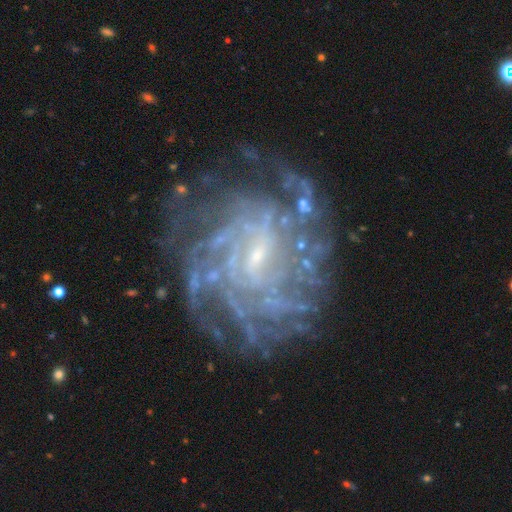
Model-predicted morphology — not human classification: This appears to be a featured or disk galaxy (88%) with a weak bar (53%), tight (69%) spiral arms (95%) and a small central bulge (77%). Merging: none (74%).